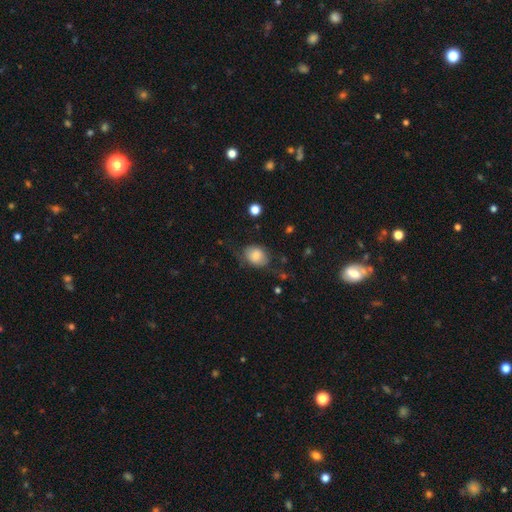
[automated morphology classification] This appears to be a smooth galaxy with no disk features (80%) that is in between round and cigar-shaped (57%). Merging: none (59%).